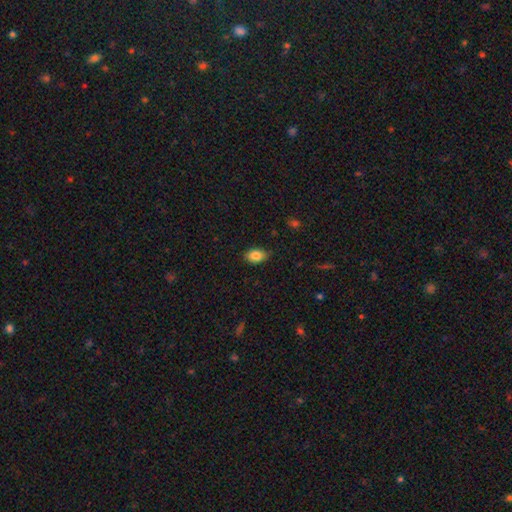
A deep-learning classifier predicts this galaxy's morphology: Smooth or featured: smooth — 85% (star or artifact — 8%)
How rounded: in between — 84% (round — 15%)
Merging: none — 83% (minor disturbance — 14%)